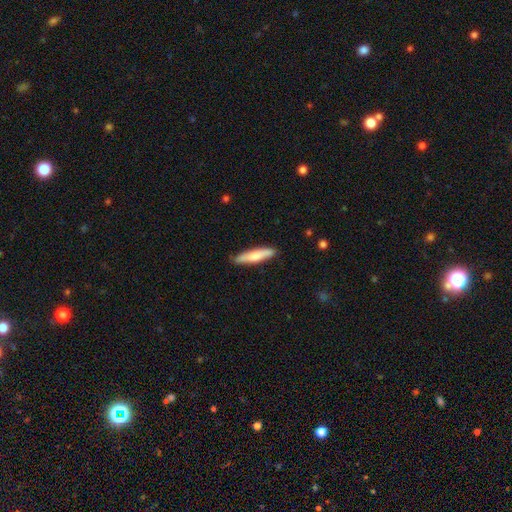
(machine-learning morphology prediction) smooth_or_featured: smooth (p=0.71) [alt: featured or disk p=0.23]
how_rounded: cigar-shaped (p=0.85) [alt: in between p=0.14]
merging: none (p=0.85) [alt: minor disturbance p=0.12]